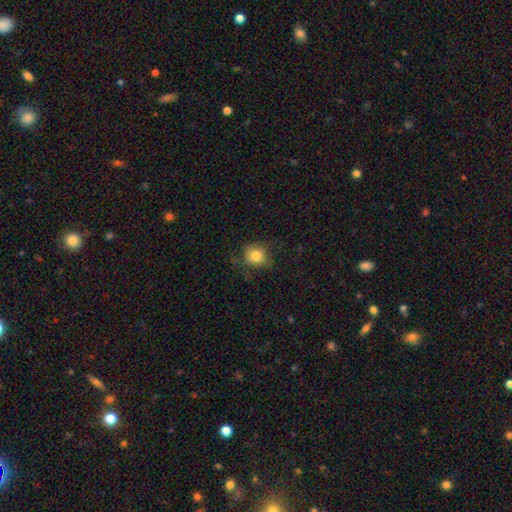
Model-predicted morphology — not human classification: smooth_or_featured: smooth (p=0.78) [alt: featured or disk p=0.12]
how_rounded: round (p=0.71) [alt: in between p=0.28]
merging: none (p=0.63) [alt: minor disturbance p=0.23]